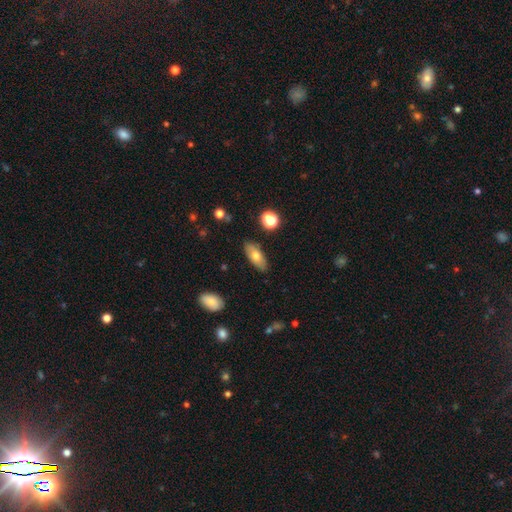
A smooth galaxy with no disk features (68%) that is in between round and cigar-shaped (89%). Merging: none (95%).